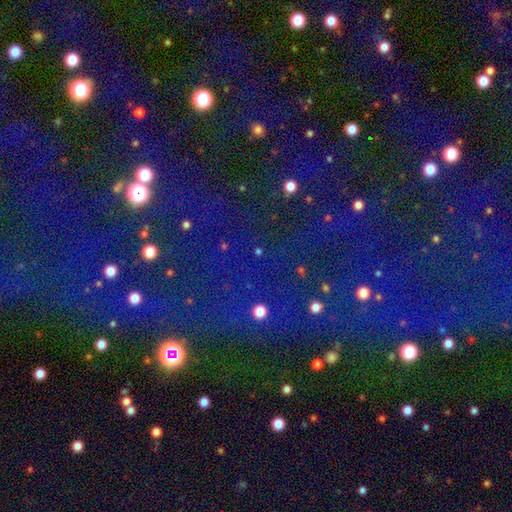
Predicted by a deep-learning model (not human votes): This appears to be a star or artifact, not a galaxy (77%).